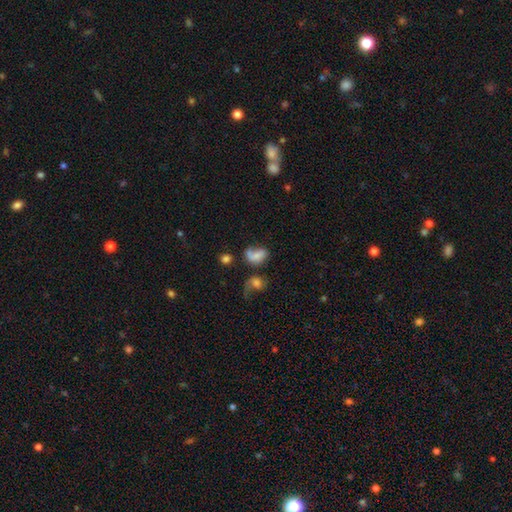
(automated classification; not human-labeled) Morphology: type=smooth (60%); roundness=in between (75%); merging=major disturbance (27%, tied with merger and none).